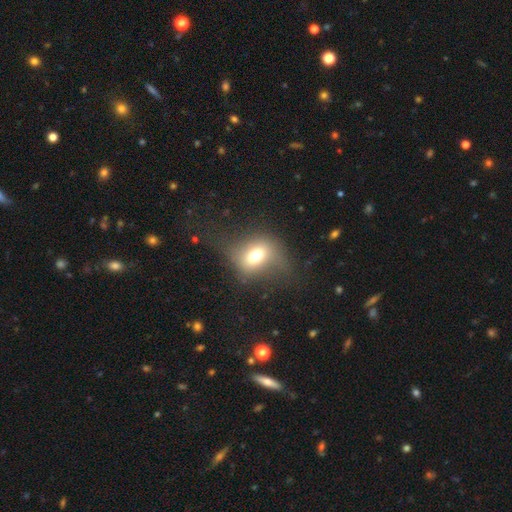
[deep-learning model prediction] Morphology: type=smooth (64%); roundness=in between (53%); merging=none (58%).